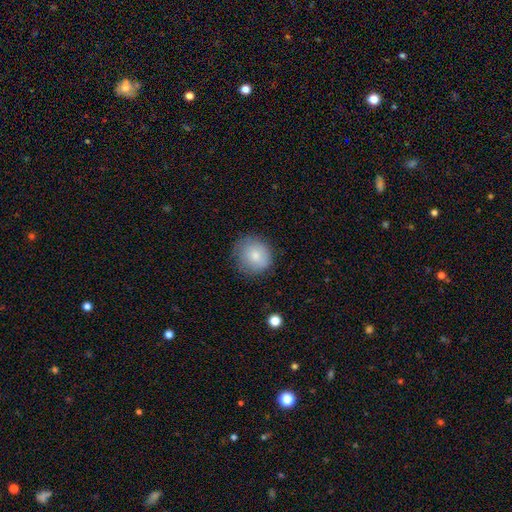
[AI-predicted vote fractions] Smooth or featured? Predicted: smooth (p=0.81). How rounded? Predicted: round (p=0.87). Merging? Predicted: none (p=0.75).